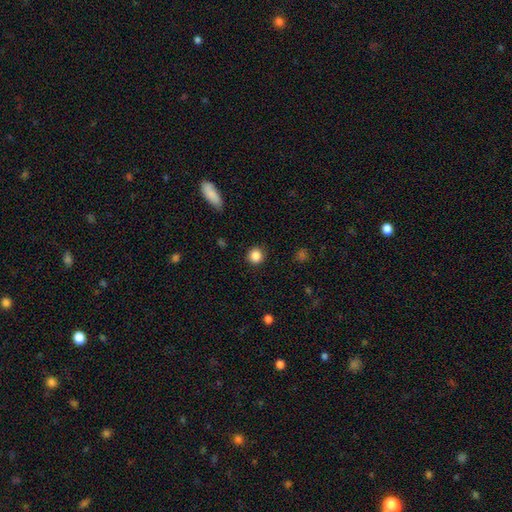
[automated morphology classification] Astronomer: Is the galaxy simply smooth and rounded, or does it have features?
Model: smooth — 86%.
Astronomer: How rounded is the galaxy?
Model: round — 91%.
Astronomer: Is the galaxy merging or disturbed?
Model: none — 90%.